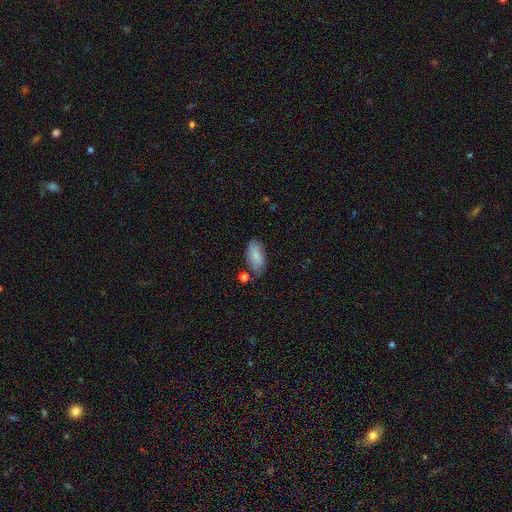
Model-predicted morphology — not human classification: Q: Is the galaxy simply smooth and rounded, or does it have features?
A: smooth — 78%.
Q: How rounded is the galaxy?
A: in between — 91%.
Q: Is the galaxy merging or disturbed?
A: none — 66%.